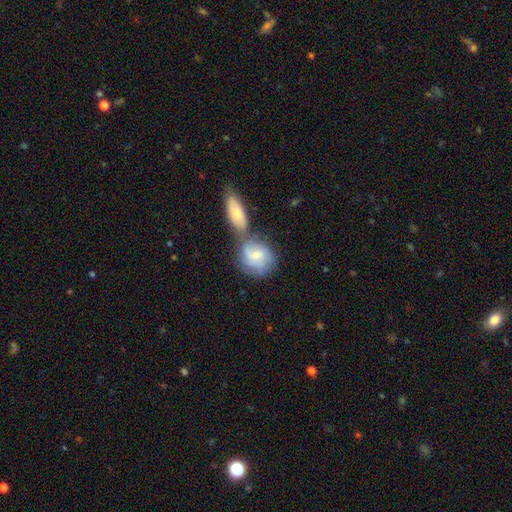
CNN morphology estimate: A featured or disk galaxy (47%).

Vote fractions:
- Smooth or featured? featured or disk: 47% / smooth: 46% / star or artifact: 7%
- Merging? merger: 42% / none: 39% / minor disturbance: 13% / major disturbance: 6%